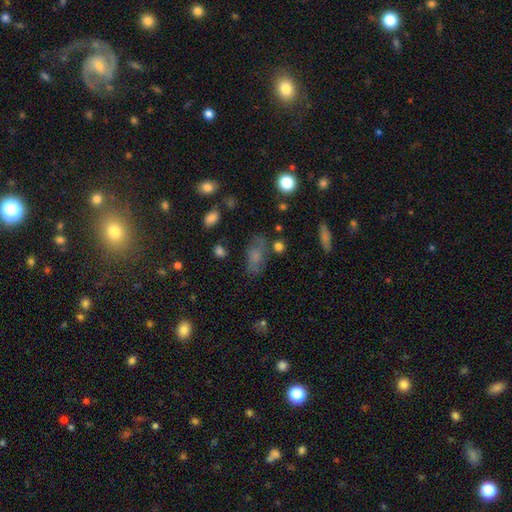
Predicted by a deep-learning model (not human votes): Smooth or featured?
  - smooth: 60% *
  - featured or disk: 24%
  - star or artifact: 16%
How rounded?
  - in between: 81% *
  - cigar-shaped: 10%
  - round: 9%
Merging?
  - none: 65% *
  - minor disturbance: 20%
  - major disturbance: 9%
  - merger: 5%